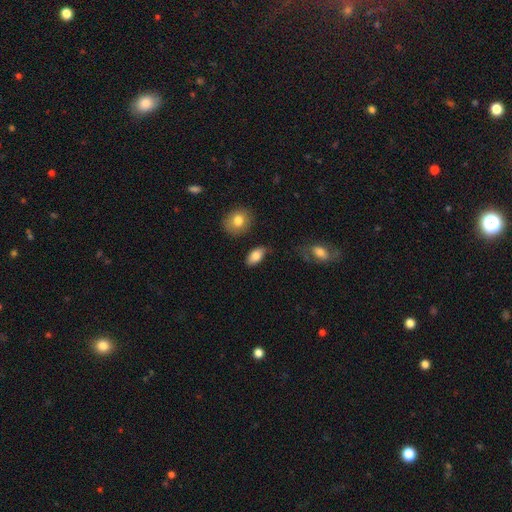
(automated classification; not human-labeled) Smooth or featured?
  - smooth: 83% *
  - featured or disk: 10%
  - star or artifact: 7%
How rounded?
  - in between: 92% *
  - round: 5%
  - cigar-shaped: 4%
Merging?
  - none: 78% *
  - minor disturbance: 15%
  - major disturbance: 4%
  - merger: 3%